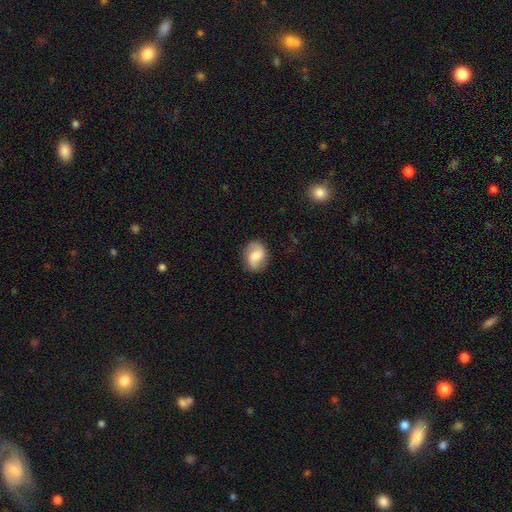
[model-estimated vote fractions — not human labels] A smooth galaxy with no disk features (46%). Merging: none (82%).